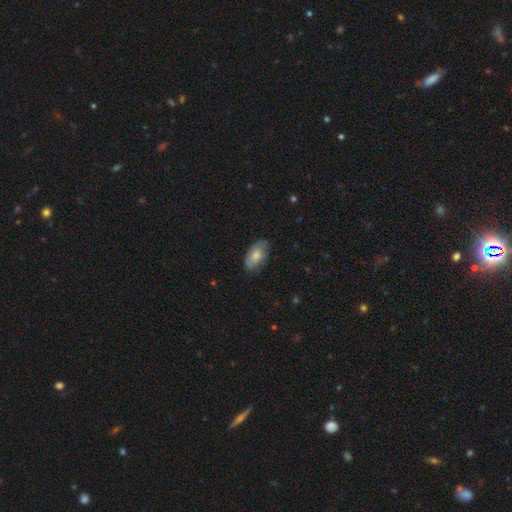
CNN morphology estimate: A smooth galaxy with no disk features (69%) that is in between round and cigar-shaped (93%). Merging: none (74%).